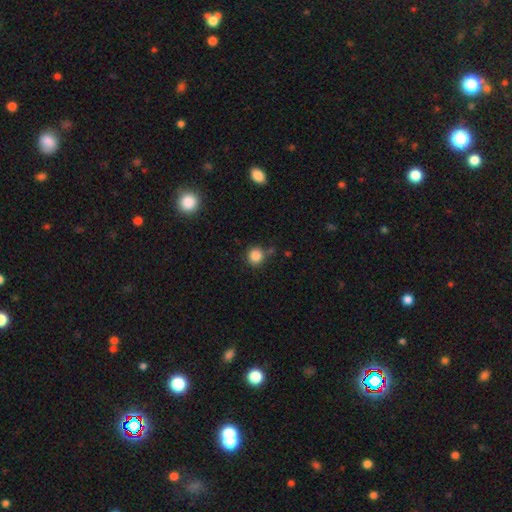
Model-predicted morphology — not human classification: smooth_or_featured: smooth (p=0.85) [alt: star or artifact p=0.11]
how_rounded: round (p=0.91) [alt: in between p=0.08]
merging: none (p=0.78) [alt: minor disturbance p=0.11]